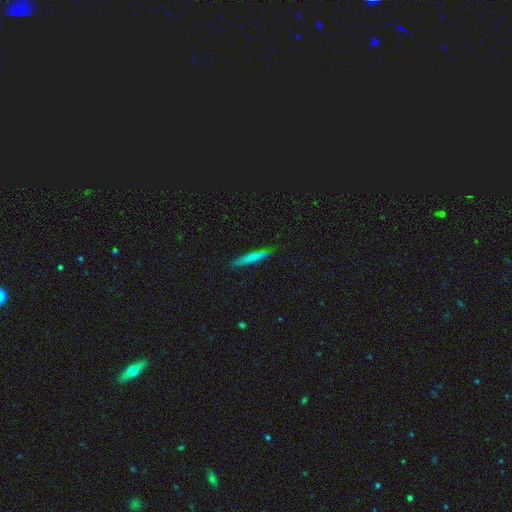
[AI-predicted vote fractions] smooth 59%, featured or disk 30%, star or artifact 11%. Down the decision tree: how rounded — cigar-shaped (94%); merging — none (87%).